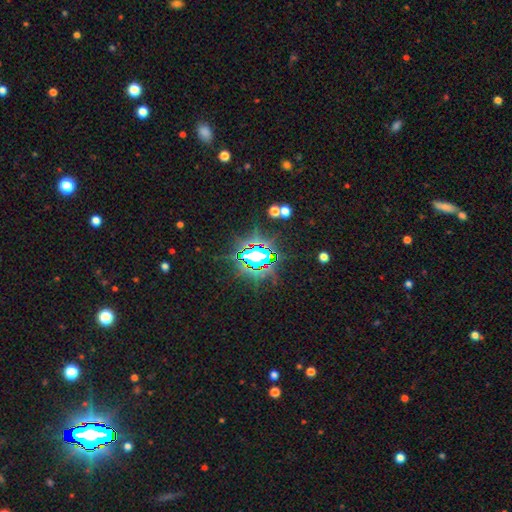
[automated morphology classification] star or artifact 73%, smooth 15%, featured or disk 11%.